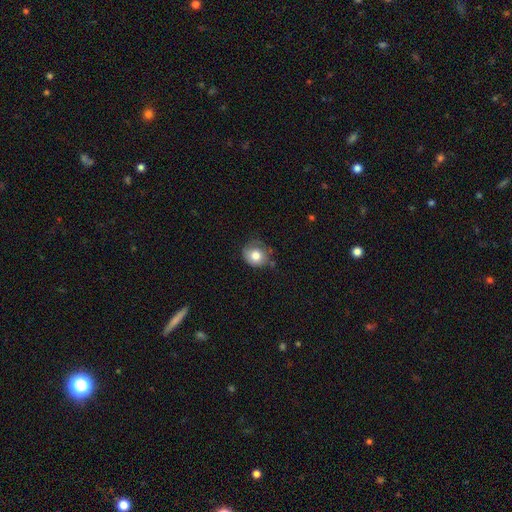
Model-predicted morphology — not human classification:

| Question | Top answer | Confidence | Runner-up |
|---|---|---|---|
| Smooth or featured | smooth | 77% | featured or disk (14%) |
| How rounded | round | 75% | in between (24%) |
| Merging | none | 57% | minor disturbance (31%) |